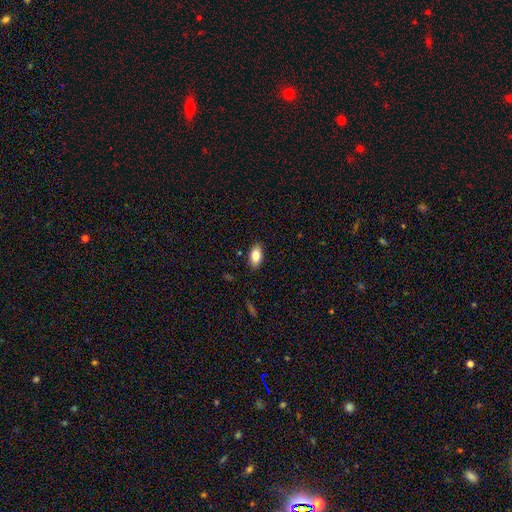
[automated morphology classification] Q: Smooth or featured?
A: smooth (82%); runner-up: featured or disk (10%)
Q: How rounded?
A: in between (91%); runner-up: round (4%)
Q: Merging?
A: none (87%); runner-up: minor disturbance (9%)